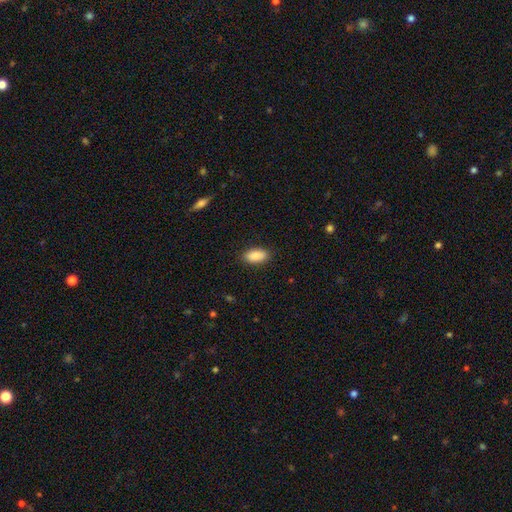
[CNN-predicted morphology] Overall: smooth (90%). How rounded: in between (93%). Merging: none (88%).